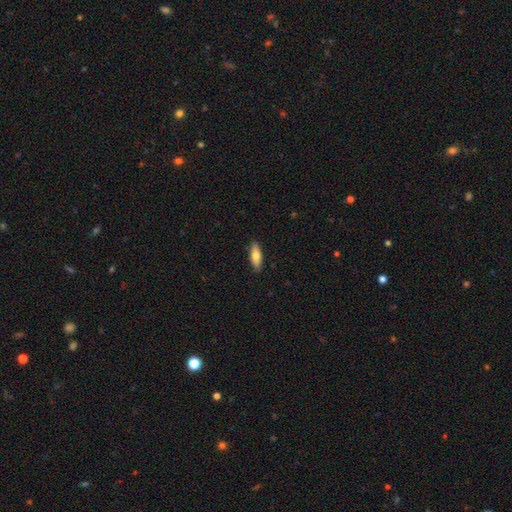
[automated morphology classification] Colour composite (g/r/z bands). It shows a smooth galaxy with no disk features (75%) that is in between round and cigar-shaped (56%). Merging: none (89%).